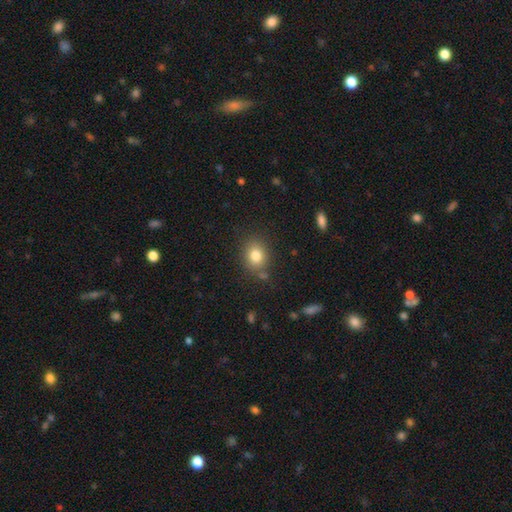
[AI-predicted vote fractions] A smooth galaxy with no disk features (81%) that is round (61%).

Vote fractions:
- Smooth or featured? smooth: 81% / star or artifact: 11% / featured or disk: 8%
- How rounded? round: 61% / in between: 38% / cigar-shaped: 1%
- Merging? none: 79% / minor disturbance: 12% / merger: 5% / major disturbance: 4%